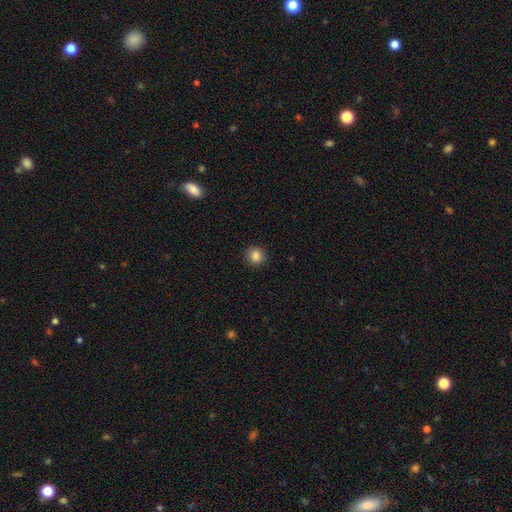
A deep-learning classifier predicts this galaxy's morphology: Smooth or featured: smooth — 85% (star or artifact — 11%)
How rounded: round — 92% (in between — 7%)
Merging: none — 92% (minor disturbance — 5%)